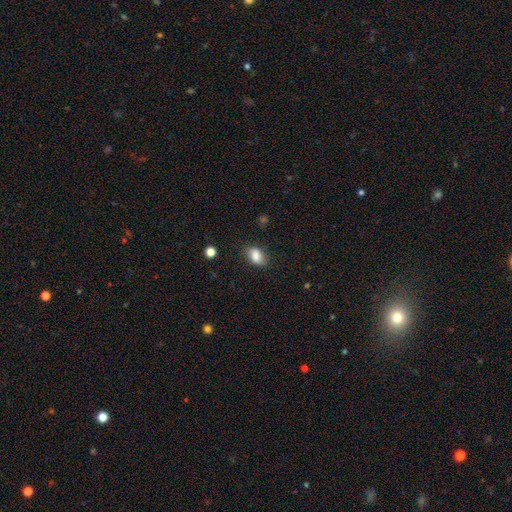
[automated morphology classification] Smooth or featured: smooth — 83% (featured or disk — 8%)
How rounded: in between — 85% (round — 13%)
Merging: none — 76% (minor disturbance — 18%)